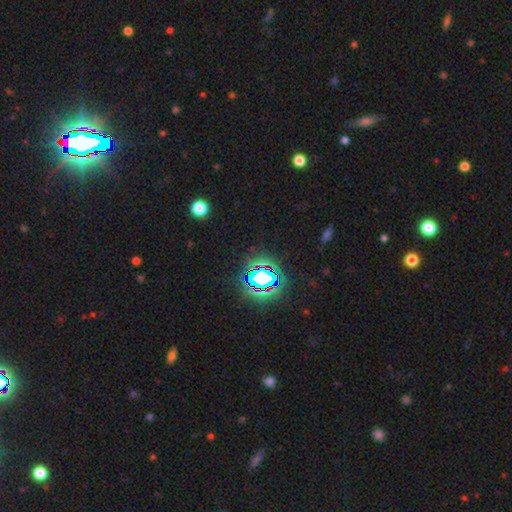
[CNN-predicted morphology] smooth-or-featured: star or artifact: 82% | smooth: 11% | featured or disk: 7%